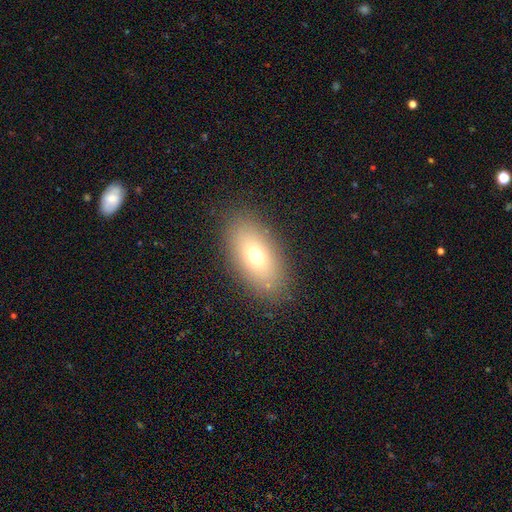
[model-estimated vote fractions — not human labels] This is likely a smooth galaxy (69%). How rounded: clearly in between (88%). Merging: clearly none (86%).